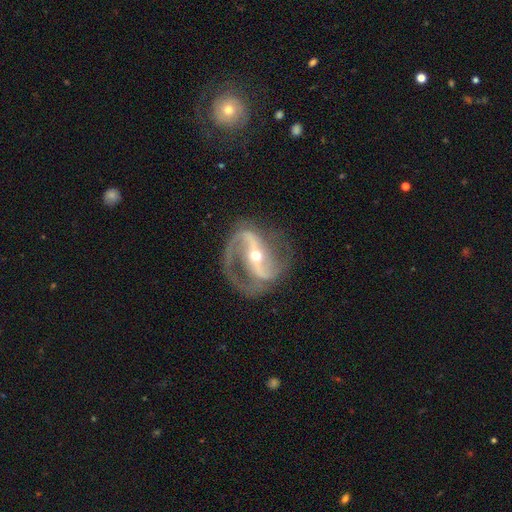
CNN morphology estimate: type=featured or disk (91%); edge-on=no (97%); bar=strong (64%); spiral arms=yes (97%); winding=medium (53%); arm count=2 (89%); bulge=moderate (51%); merging=none (72%).